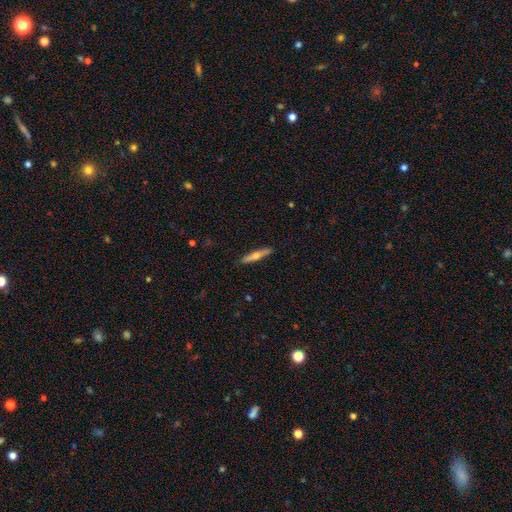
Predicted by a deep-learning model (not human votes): featured or disk 51%, smooth 44%, star or artifact 6%. Down the decision tree: edge-on disk — yes (95%); merging — none (91%).